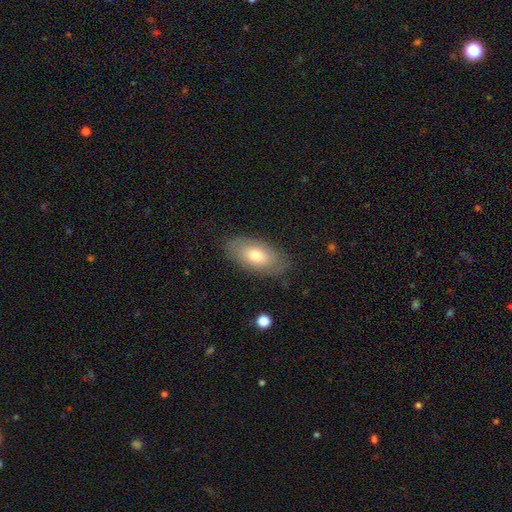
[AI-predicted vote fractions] smooth 68%, featured or disk 25%, star or artifact 7%. Down the decision tree: how rounded — in between (92%); merging — none (81%).